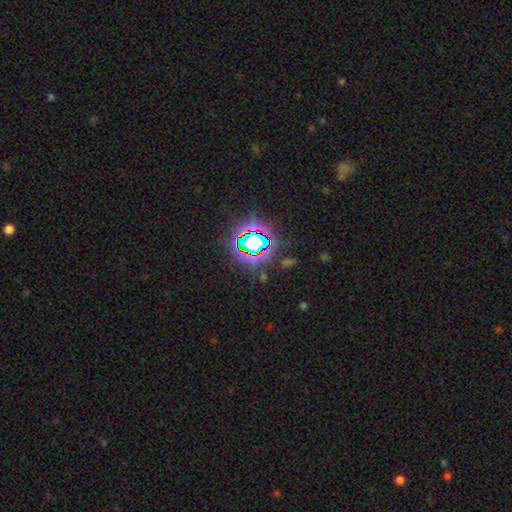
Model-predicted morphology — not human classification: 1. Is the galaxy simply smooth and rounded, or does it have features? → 79% star or artifact, 13% smooth, 8% featured or disk.